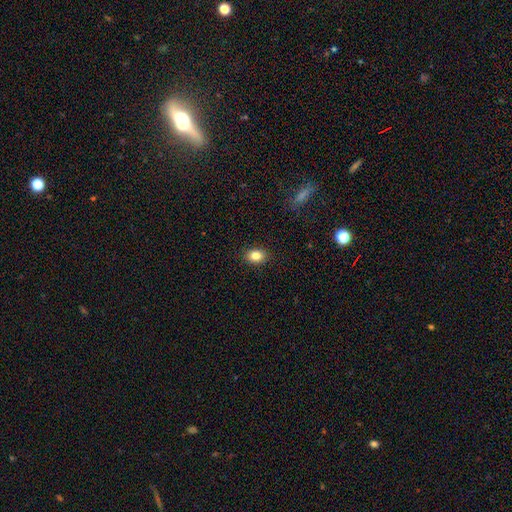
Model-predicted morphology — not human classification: smooth 84%, star or artifact 10%, featured or disk 6%. Down the decision tree: how rounded — in between (65%); merging — none (89%).